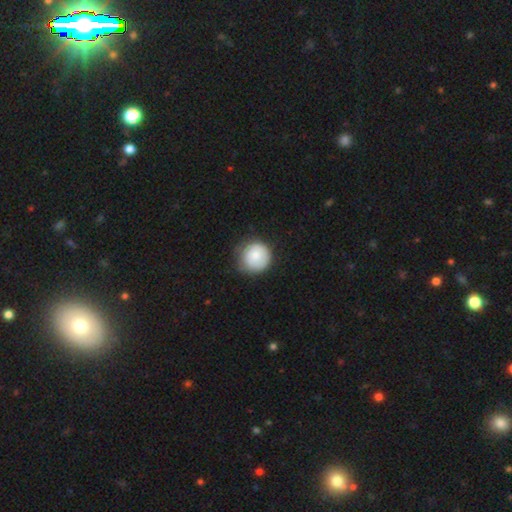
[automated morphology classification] This appears to be a smooth galaxy with no disk features (80%) that is round (93%). Merging: none (72%).